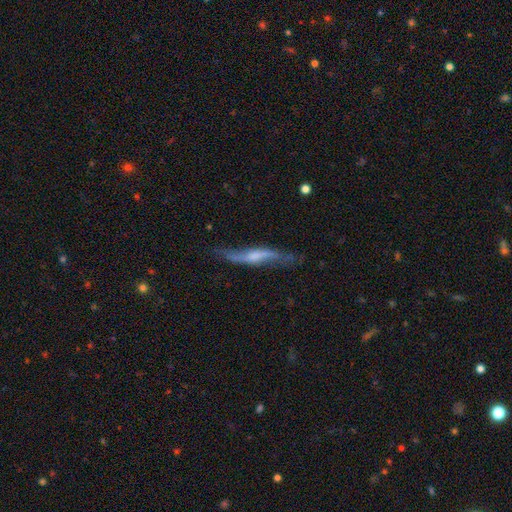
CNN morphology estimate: Overall: featured or disk (71%). Edge-on disk: yes (62%; no 38%). Merging: none (63%; minor disturbance 24%).